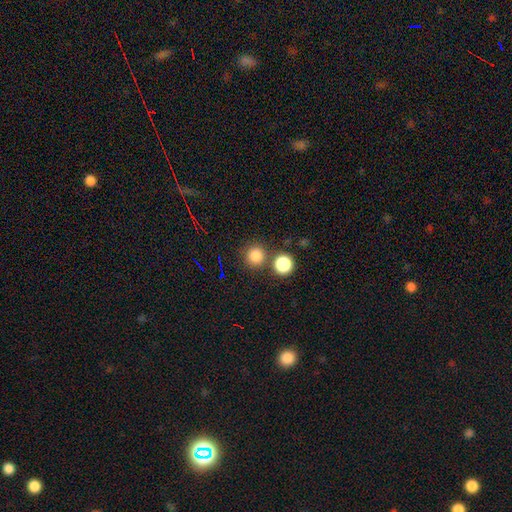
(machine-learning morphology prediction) Overall: smooth (81%). How rounded: round (93%). Merging: none (77%).